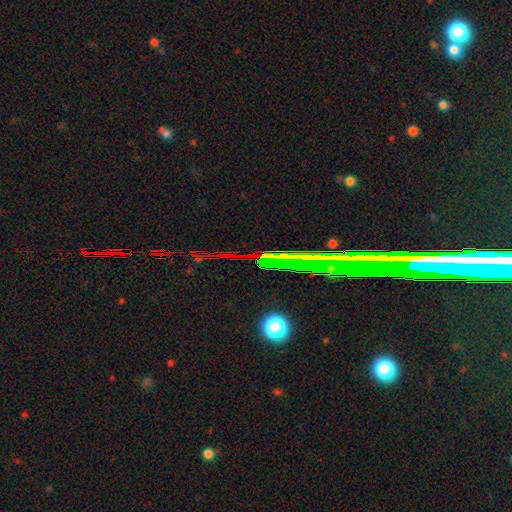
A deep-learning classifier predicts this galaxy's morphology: Smooth or featured?
  - star or artifact: 71% *
  - featured or disk: 16%
  - smooth: 13%